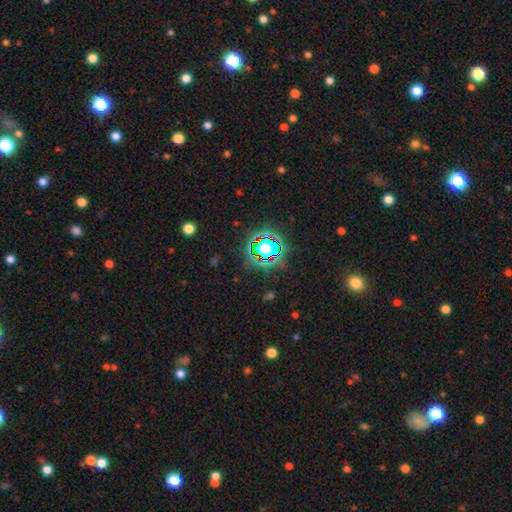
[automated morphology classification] Smooth or featured? Predicted: star or artifact (p=0.71).